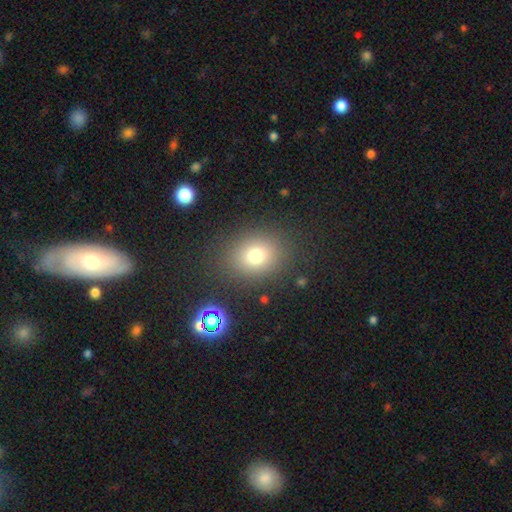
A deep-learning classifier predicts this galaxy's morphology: type=smooth (74%); roundness=round (62%); merging=none (84%).